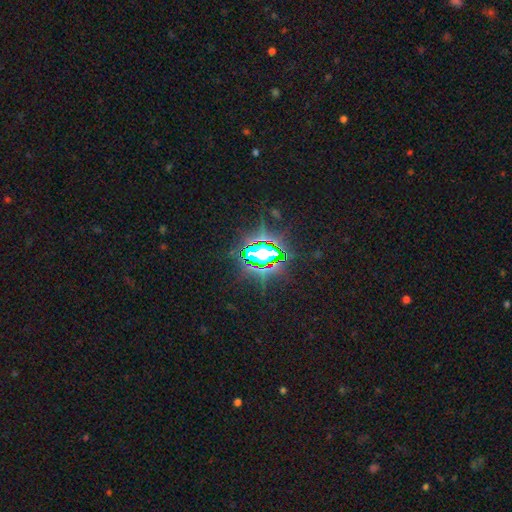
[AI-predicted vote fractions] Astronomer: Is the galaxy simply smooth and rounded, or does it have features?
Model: star or artifact — 83%.